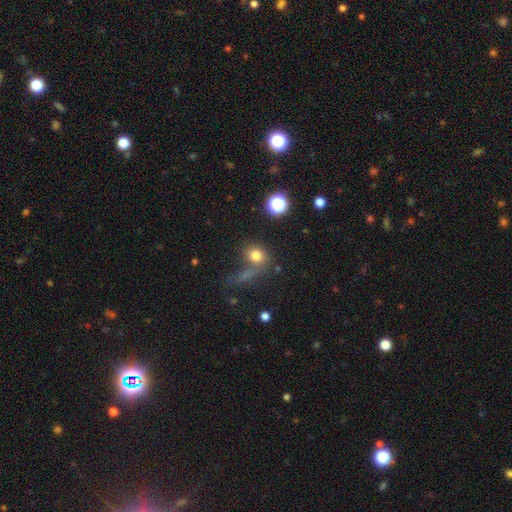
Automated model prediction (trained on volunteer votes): smooth_or_featured: smooth (p=0.75) [alt: star or artifact p=0.16]
how_rounded: round (p=0.72) [alt: in between p=0.26]
merging: none (p=0.53) [alt: merger p=0.19]